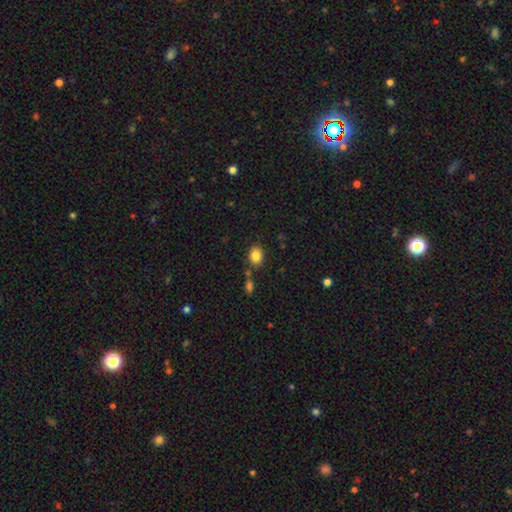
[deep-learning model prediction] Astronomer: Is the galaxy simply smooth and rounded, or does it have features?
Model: smooth — 85%.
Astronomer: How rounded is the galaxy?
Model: in between — 60% (runner-up: round, 39%).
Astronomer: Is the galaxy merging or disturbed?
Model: none — 77%.